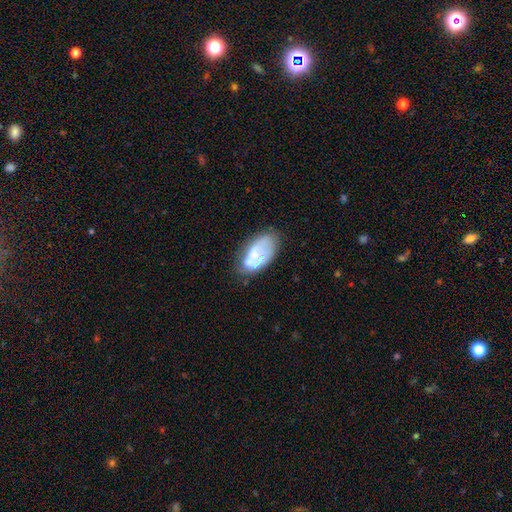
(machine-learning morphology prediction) Smooth or featured: smooth — 47% (featured or disk — 45%)
Merging: none — 45% (minor disturbance — 27%)